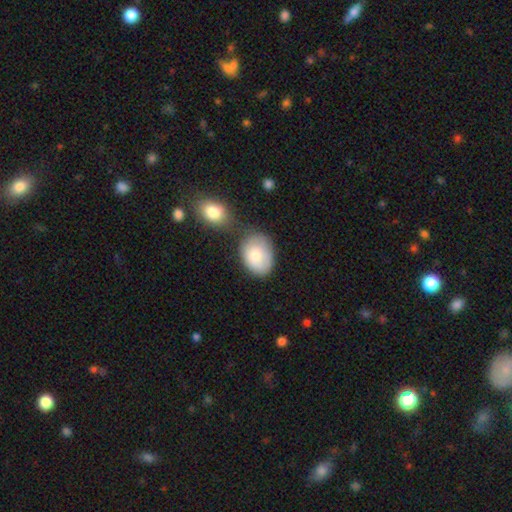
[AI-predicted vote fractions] This appears to be a smooth galaxy with no disk features (77%) that is in between round and cigar-shaped (71%). Merging: none (56%).